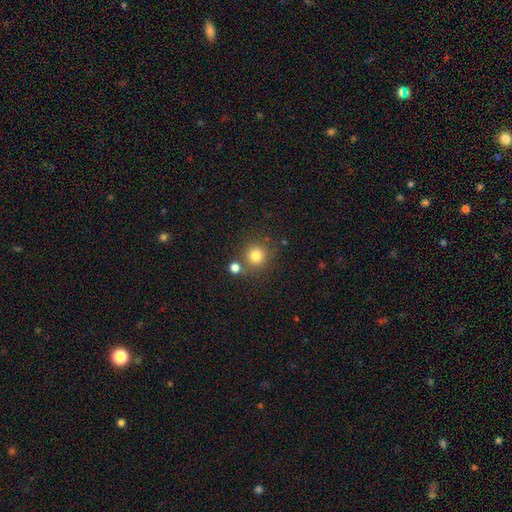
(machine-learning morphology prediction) Overall: smooth (79%). How rounded: round (93%). Merging: none (73%).